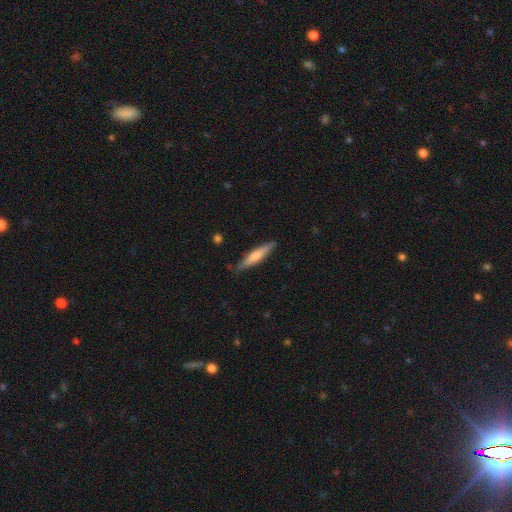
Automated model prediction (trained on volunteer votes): Morphology: type=smooth (62%); roundness=cigar-shaped (88%); merging=none (86%).